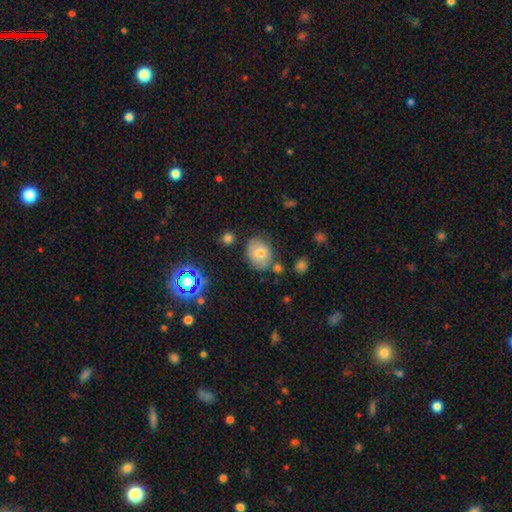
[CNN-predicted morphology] Overall: smooth (42%; star or artifact 34%). Merging: none (80%).